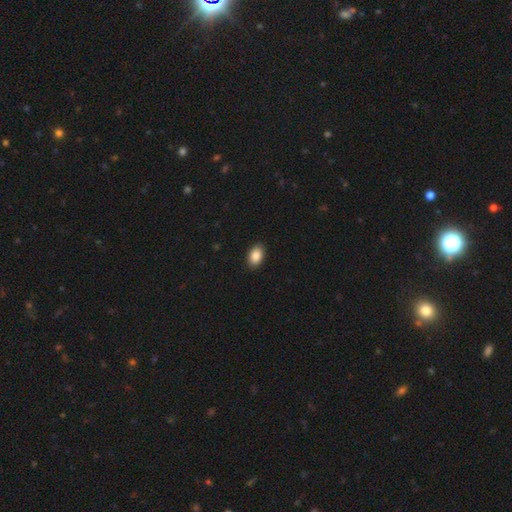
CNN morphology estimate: smooth-or-featured: smooth: 88% | star or artifact: 7% | featured or disk: 5%
  how-rounded: in between: 90% | round: 8% | cigar-shaped: 1%
  merging: none: 90% | minor disturbance: 7% | major disturbance: 2% | merger: 1%